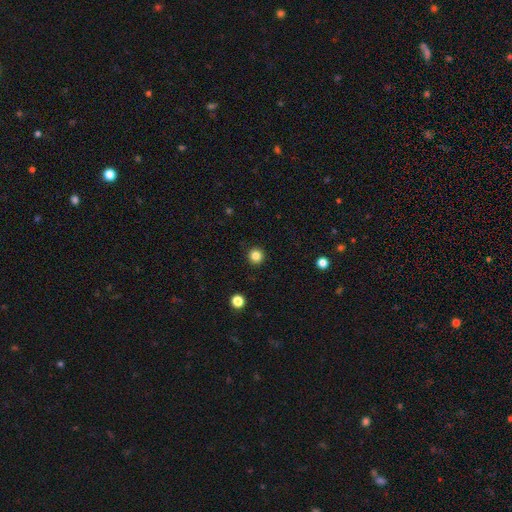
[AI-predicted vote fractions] Smooth or featured?
  - smooth: 84% *
  - star or artifact: 12%
  - featured or disk: 4%
How rounded?
  - round: 96% *
  - in between: 3%
  - cigar-shaped: 1%
Merging?
  - none: 93% *
  - minor disturbance: 5%
  - major disturbance: 2%
  - merger: 1%